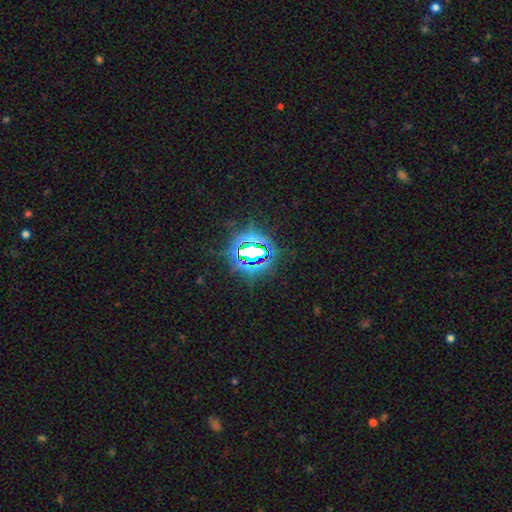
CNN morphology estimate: Smooth or featured? star or artifact (81%)